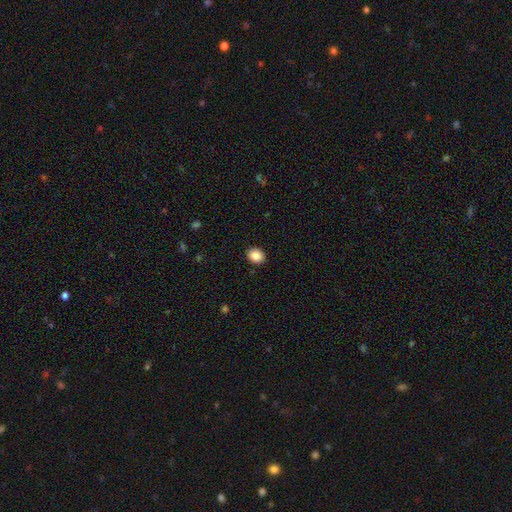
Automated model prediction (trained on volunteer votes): Overall: smooth (88%). How rounded: round (54%; in between 45%). Merging: none (90%).